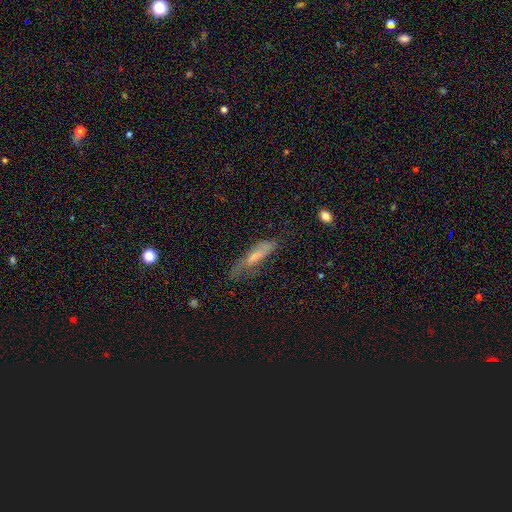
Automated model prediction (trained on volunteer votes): Overall: smooth (55%; featured or disk 37%). How rounded: cigar-shaped (64%; in between 34%). Merging: none (45%; minor disturbance 31%).